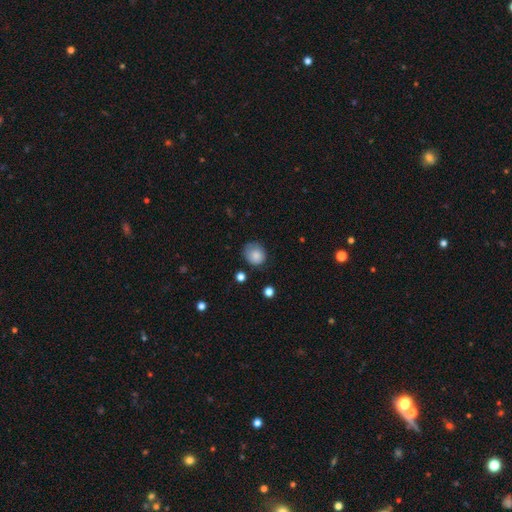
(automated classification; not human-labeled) Overall: smooth (83%). How rounded: round (73%). Merging: none (66%).